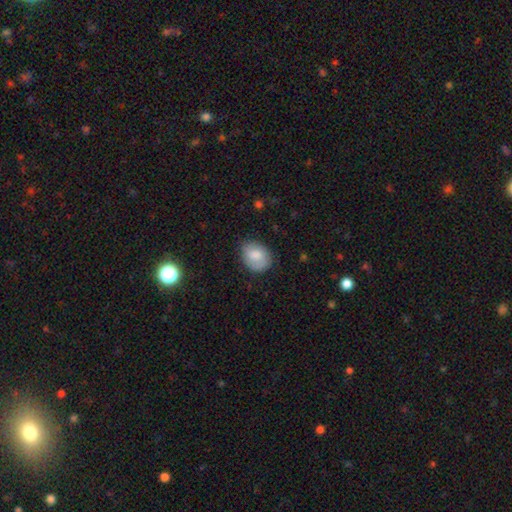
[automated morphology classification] smooth 78%, featured or disk 15%, star or artifact 7%. Down the decision tree: how rounded — in between (65%); merging — none (72%).